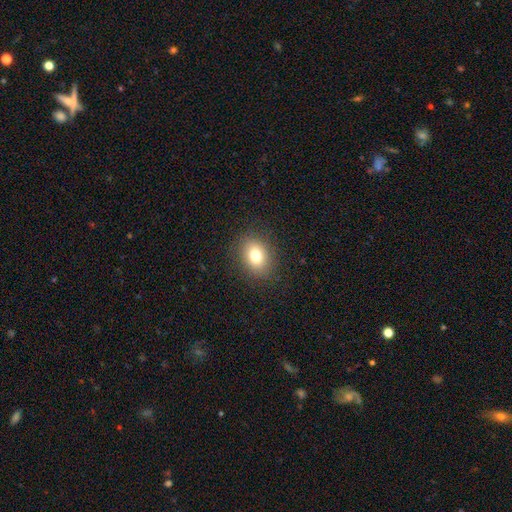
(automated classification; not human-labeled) Smooth or featured?
  - smooth: 78% *
  - star or artifact: 12%
  - featured or disk: 10%
How rounded?
  - in between: 56% *
  - round: 43%
  - cigar-shaped: 1%
Merging?
  - none: 87% *
  - minor disturbance: 9%
  - major disturbance: 3%
  - merger: 1%